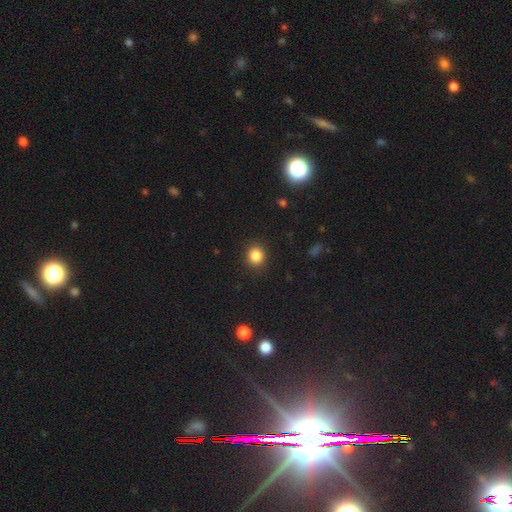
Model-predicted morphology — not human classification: type=smooth (85%); roundness=round (80%); merging=none (90%).